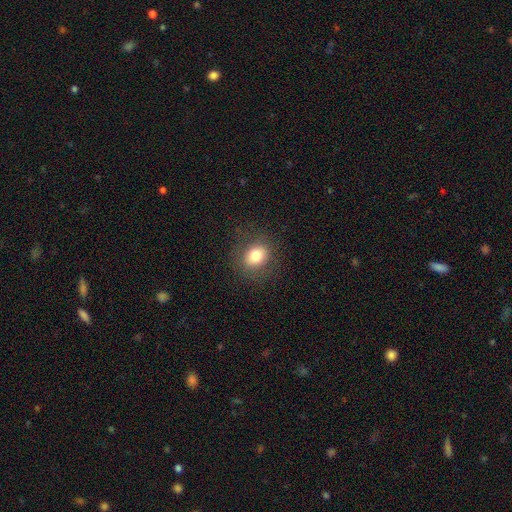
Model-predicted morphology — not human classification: Q: Smooth or featured?
A: smooth (79%); runner-up: star or artifact (11%)
Q: How rounded?
A: round (58%); runner-up: in between (41%)
Q: Merging?
A: none (83%); runner-up: minor disturbance (11%)